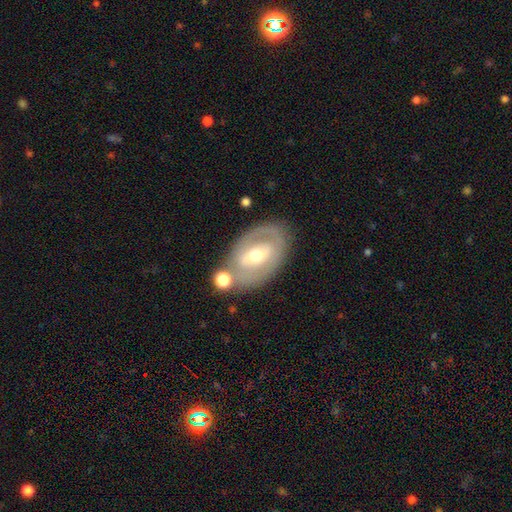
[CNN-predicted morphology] A featured or disk galaxy (67%) with a weak bar (37%), no spiral arms (61%) and a moderate central bulge (66%).

Vote fractions:
- Smooth or featured? featured or disk: 67% / smooth: 27% / star or artifact: 6%
- Edge-on disk? no: 91% / yes: 9%
- Bar? weak: 37% / strong: 36% / no: 28%
- Spiral arms? no: 61% / yes: 39%
- Bulge size? moderate: 66% / small: 26% / large: 6% / dominant: 1% / none: 1%
- Merging? none: 71% / minor disturbance: 15% / merger: 8% / major disturbance: 6%